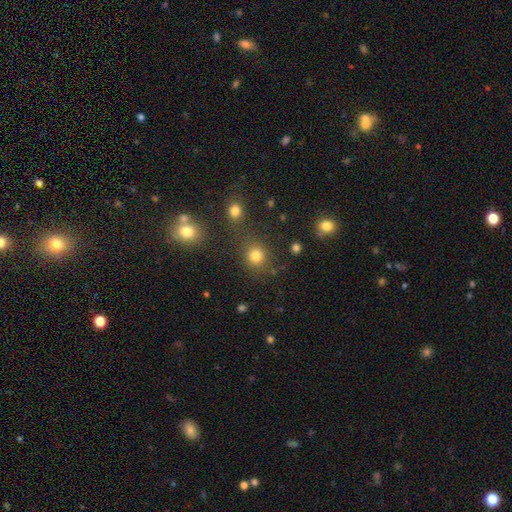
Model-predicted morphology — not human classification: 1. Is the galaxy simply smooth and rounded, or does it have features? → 79% smooth, 15% star or artifact, 6% featured or disk.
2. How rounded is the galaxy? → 86% round, 13% in between, 1% cigar-shaped.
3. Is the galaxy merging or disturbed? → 74% none, 12% merger, 9% minor disturbance, 5% major disturbance.